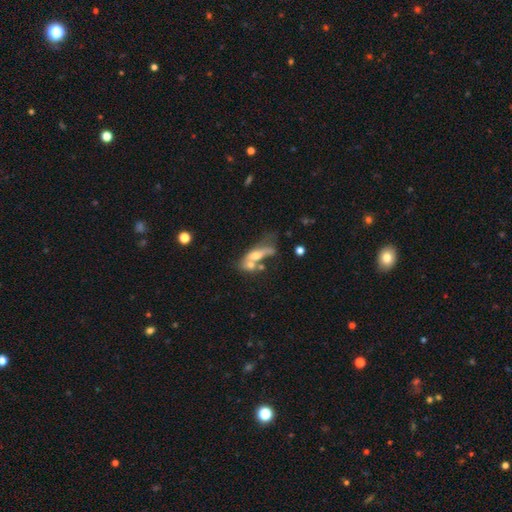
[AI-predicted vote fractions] Smooth or featured?
  - smooth: 48% *
  - featured or disk: 43%
  - star or artifact: 10%
Merging?
  - merger: 49% *
  - none: 21%
  - major disturbance: 18%
  - minor disturbance: 13%